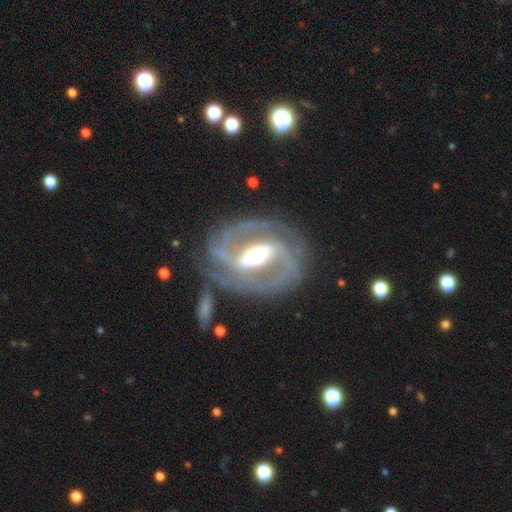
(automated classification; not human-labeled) Smooth or featured: featured or disk — 91% (smooth — 5%)
Edge-on disk: no — 97% (yes — 3%)
Bar: strong — 61% (weak — 29%)
Spiral arms: yes — 96% (no — 4%)
Spiral winding: medium — 48% (tight — 42%)
Spiral arm count: 2 — 84% (3 — 7%)
Bulge size: moderate — 63% (small — 22%)
Merging: none — 73% (minor disturbance — 15%)